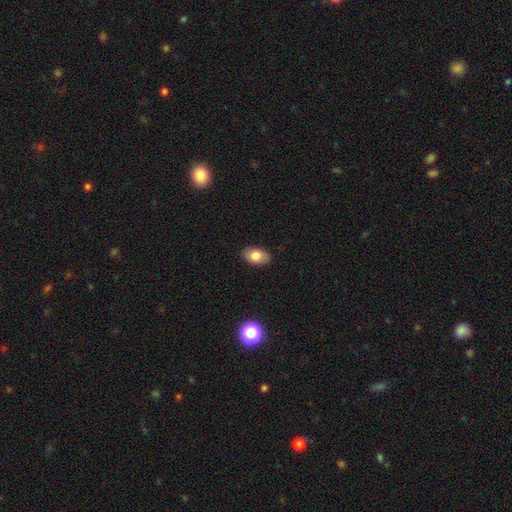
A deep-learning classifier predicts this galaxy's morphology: Smooth or featured?
  - smooth: 82% *
  - featured or disk: 11%
  - star or artifact: 8%
How rounded?
  - in between: 91% *
  - round: 8%
  - cigar-shaped: 1%
Merging?
  - none: 87% *
  - minor disturbance: 10%
  - major disturbance: 2%
  - merger: 1%